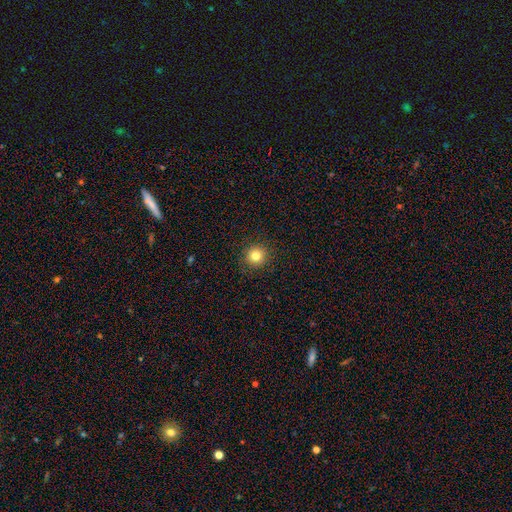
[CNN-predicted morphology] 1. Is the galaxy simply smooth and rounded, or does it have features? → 81% smooth, 12% star or artifact, 7% featured or disk.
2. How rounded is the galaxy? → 94% round, 5% in between, 1% cigar-shaped.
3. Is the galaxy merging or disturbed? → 92% none, 5% minor disturbance, 2% major disturbance, 1% merger.